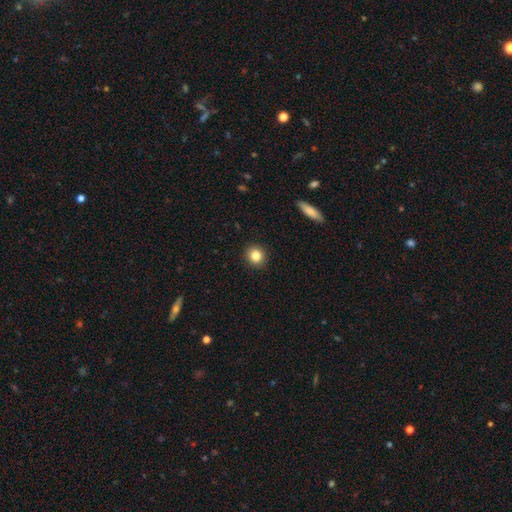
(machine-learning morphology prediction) smooth_or_featured: smooth (p=0.84) [alt: star or artifact p=0.10]
how_rounded: round (p=0.84) [alt: in between p=0.15]
merging: none (p=0.92) [alt: minor disturbance p=0.06]